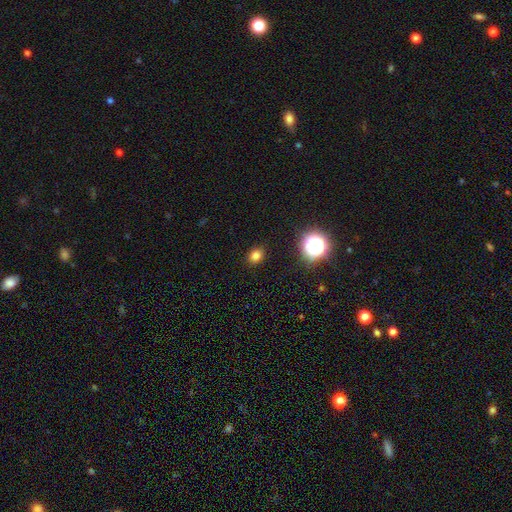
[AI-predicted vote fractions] Overall: smooth (78%). How rounded: round (53%; in between 46%). Merging: none (88%).